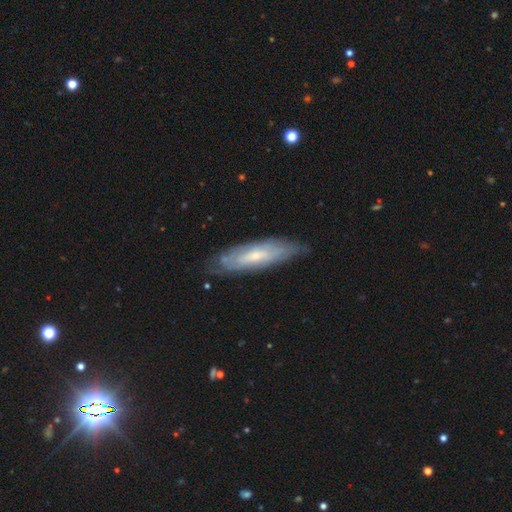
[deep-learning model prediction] The model was most divided on "edge-on disk": no: 63%, yes: 37%. More confident: merging — none (75%); smooth or featured — featured or disk (60%).